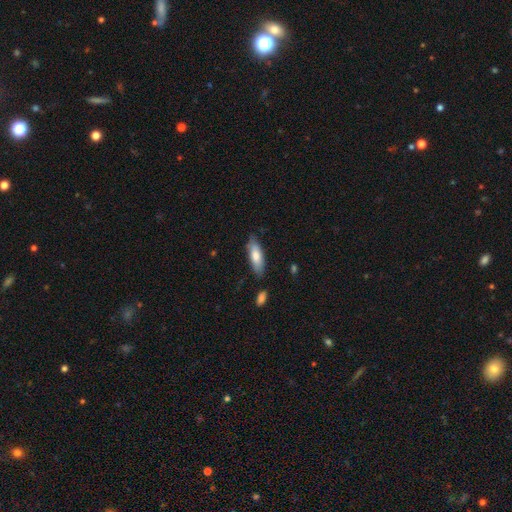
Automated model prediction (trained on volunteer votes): A smooth galaxy with no disk features (74%) that is in between round and cigar-shaped (55%).

Vote fractions:
- Smooth or featured? smooth: 74% / featured or disk: 21% / star or artifact: 6%
- How rounded? in between: 55% / cigar-shaped: 43% / round: 2%
- Merging? none: 77% / minor disturbance: 16% / merger: 4% / major disturbance: 3%